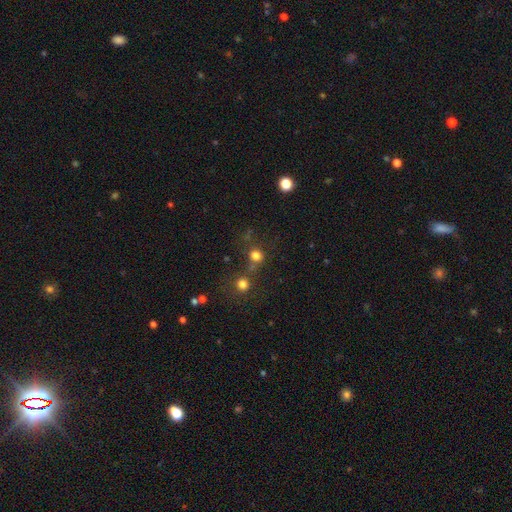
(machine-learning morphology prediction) Smooth or featured? smooth (75%)
How rounded? round (83%)
Merging? none (58%)